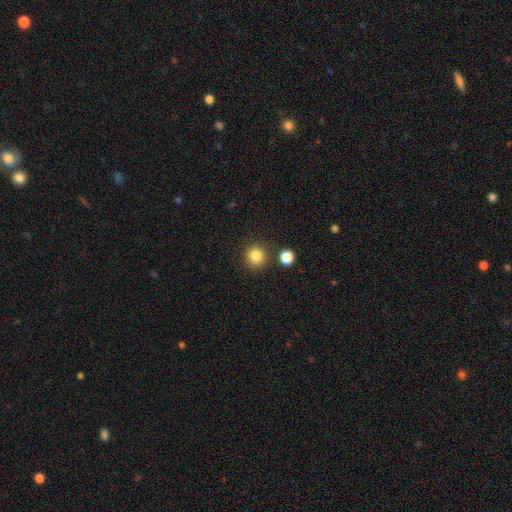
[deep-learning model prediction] smooth 84%, star or artifact 11%, featured or disk 5%. Down the decision tree: how rounded — round (91%); merging — none (84%).